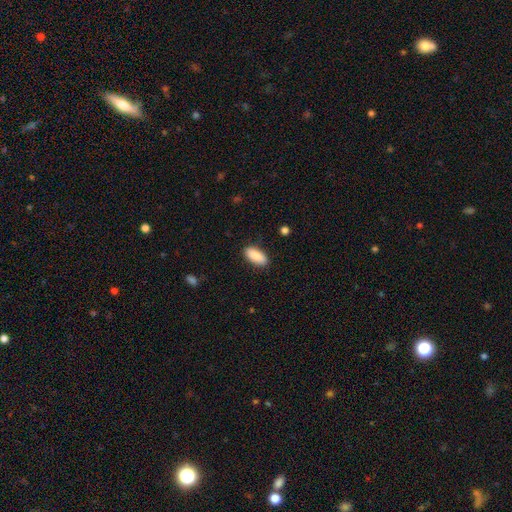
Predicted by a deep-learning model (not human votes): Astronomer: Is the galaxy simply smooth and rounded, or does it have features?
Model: smooth — 88%.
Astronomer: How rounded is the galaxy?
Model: in between — 85%.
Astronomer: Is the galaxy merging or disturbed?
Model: none — 87%.